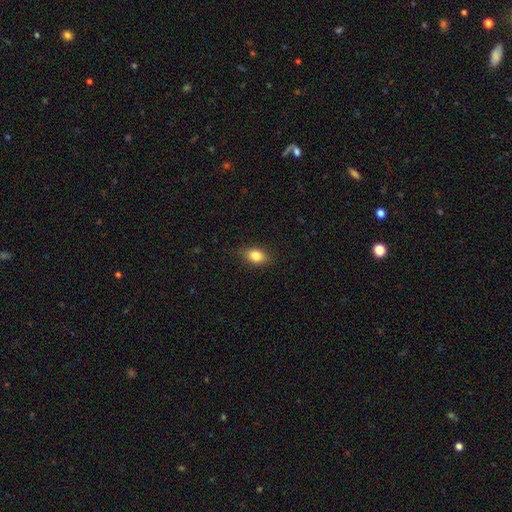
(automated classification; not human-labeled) Smooth or featured? smooth (82%)
How rounded? in between (71%)
Merging? none (83%)